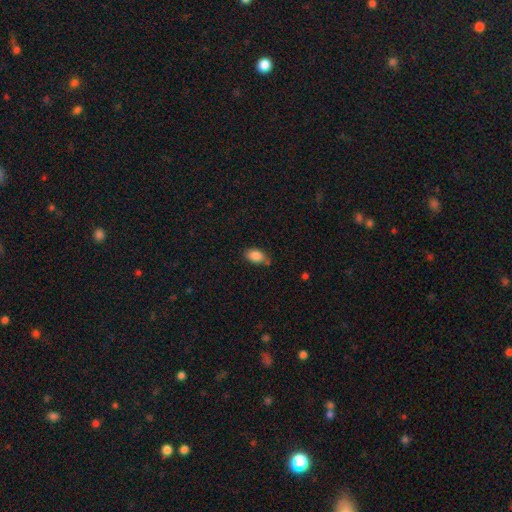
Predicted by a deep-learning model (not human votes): A smooth galaxy with no disk features (86%) that is in between round and cigar-shaped (89%).

Vote fractions:
- Smooth or featured? smooth: 86% / star or artifact: 8% / featured or disk: 6%
- How rounded? in between: 89% / round: 9% / cigar-shaped: 2%
- Merging? none: 67% / minor disturbance: 23% / merger: 5% / major disturbance: 4%